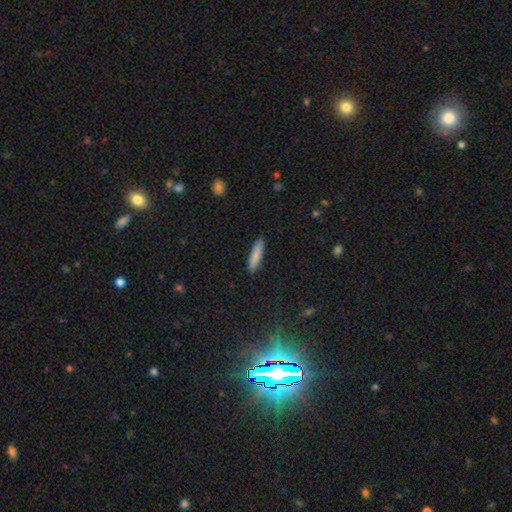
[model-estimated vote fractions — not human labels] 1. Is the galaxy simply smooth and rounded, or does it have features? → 84% smooth, 9% featured or disk, 6% star or artifact.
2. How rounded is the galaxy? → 84% cigar-shaped, 14% in between, 1% round.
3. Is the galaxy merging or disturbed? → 90% none, 7% minor disturbance, 2% major disturbance, 1% merger.